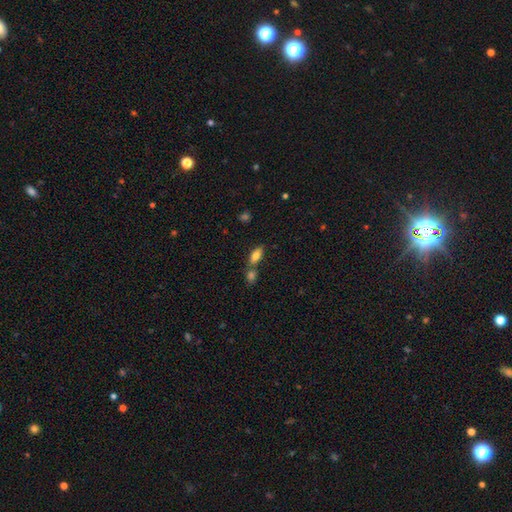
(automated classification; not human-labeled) Morphology: type=smooth (82%); roundness=in between (83%); merging=none (50%).